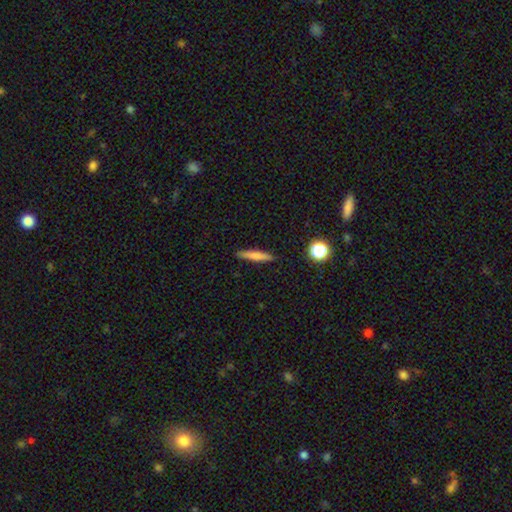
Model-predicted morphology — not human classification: This appears to be a smooth galaxy with no disk features (69%) that is cigar-shaped (91%). Merging: none (89%).